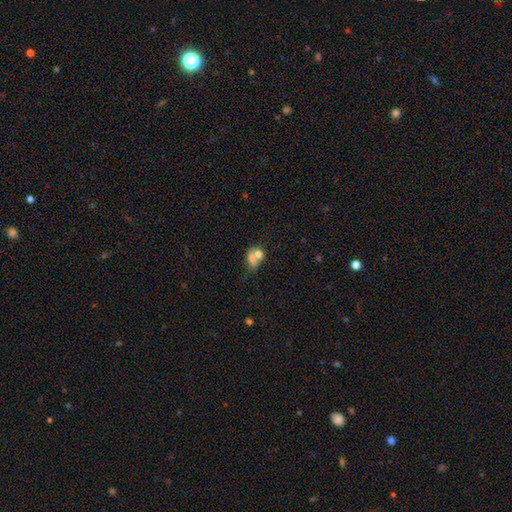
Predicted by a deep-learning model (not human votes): The model was most divided on "how rounded": in between: 57%, round: 39%, cigar-shaped: 4%. More confident: smooth or featured — smooth (65%); merging — merger (56%).